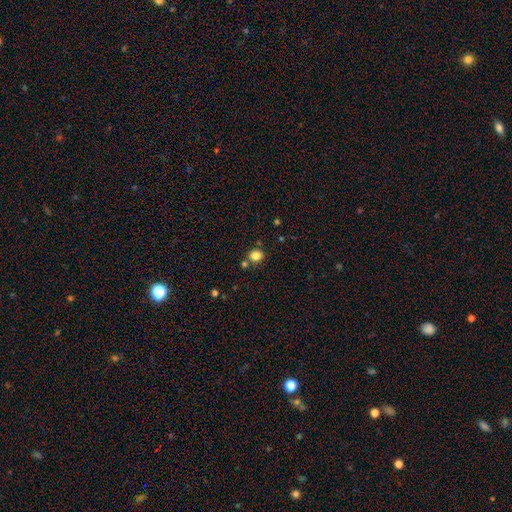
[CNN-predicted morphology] A smooth galaxy with no disk features (83%) that is round (77%).

Vote fractions:
- Smooth or featured? smooth: 83% / star or artifact: 12% / featured or disk: 5%
- How rounded? round: 77% / in between: 22% / cigar-shaped: 1%
- Merging? none: 75% / merger: 12% / minor disturbance: 10% / major disturbance: 3%